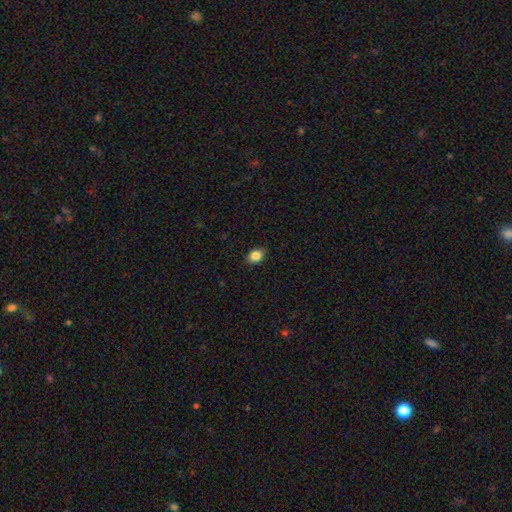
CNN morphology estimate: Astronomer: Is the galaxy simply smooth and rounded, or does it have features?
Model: smooth — 84%.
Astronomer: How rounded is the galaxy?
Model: in between — 56% (runner-up: round, 43%).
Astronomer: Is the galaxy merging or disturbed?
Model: none — 87%.